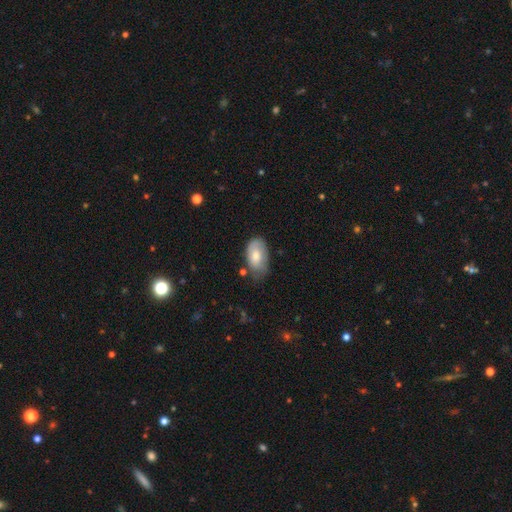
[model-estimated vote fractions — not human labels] Morphology: type=smooth (75%); roundness=in between (94%); merging=none (57%).